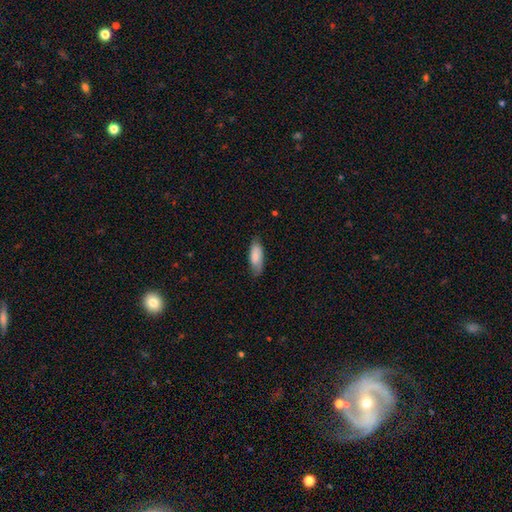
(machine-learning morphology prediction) smooth-or-featured: smooth: 76% | featured or disk: 18% | star or artifact: 6%
  how-rounded: in between: 75% | cigar-shaped: 23% | round: 2%
  merging: none: 74% | minor disturbance: 21% | major disturbance: 4% | merger: 1%